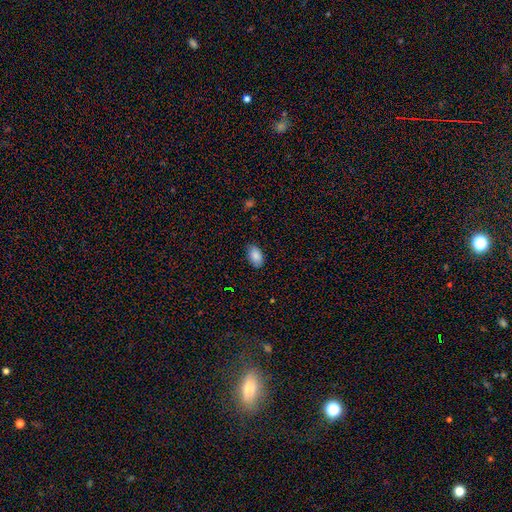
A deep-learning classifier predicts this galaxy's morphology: Smooth or featured? Predicted: smooth (p=0.87). How rounded? Predicted: in between (p=0.92). Merging? Predicted: none (p=0.82).